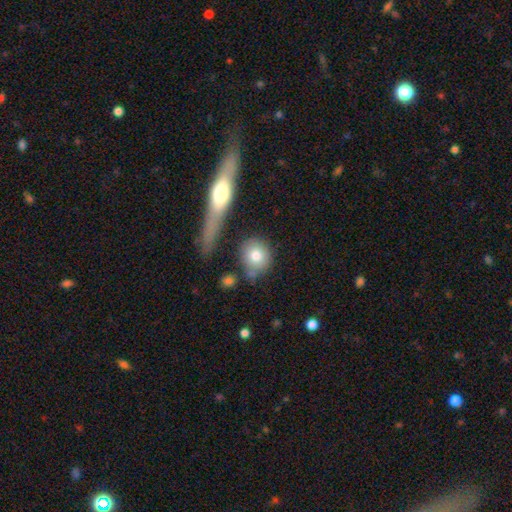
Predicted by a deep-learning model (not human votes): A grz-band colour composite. It shows a smooth galaxy with no disk features (78%) that is round (75%). Merging: none (68%).